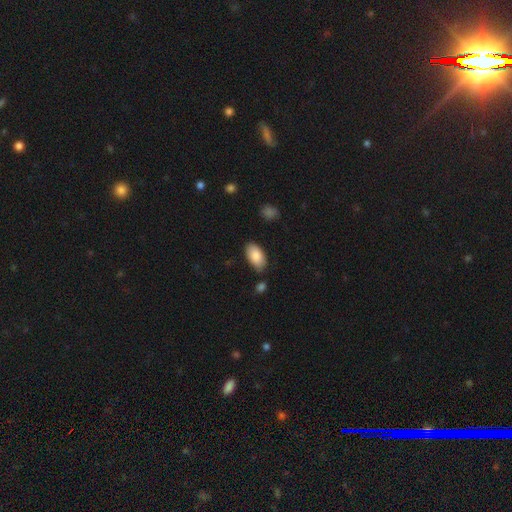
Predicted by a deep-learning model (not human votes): Morphology: type=smooth (87%); roundness=in between (95%); merging=none (77%).